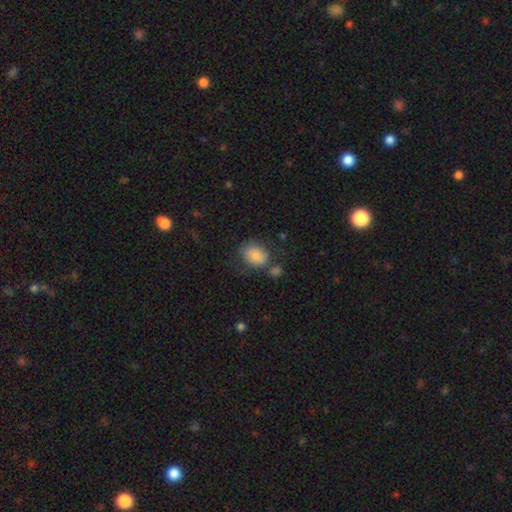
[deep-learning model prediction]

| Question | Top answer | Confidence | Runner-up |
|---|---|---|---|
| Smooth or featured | smooth | 80% | featured or disk (11%) |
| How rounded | in between | 66% | round (33%) |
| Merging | none | 65% | minor disturbance (18%) |